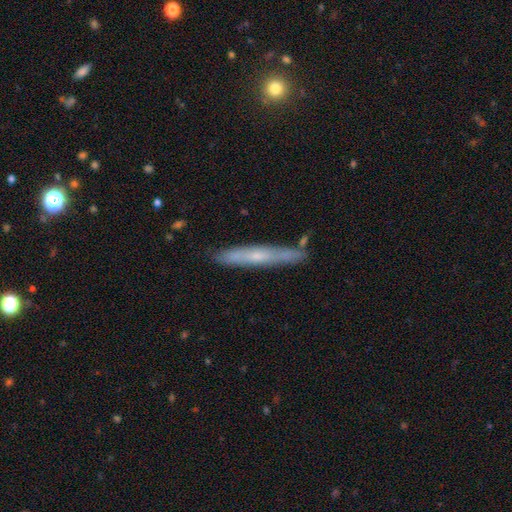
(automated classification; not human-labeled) This is possibly a featured or disk galaxy (51%). It is clearly viewed edge-on (87%). Merging: clearly none (81%).